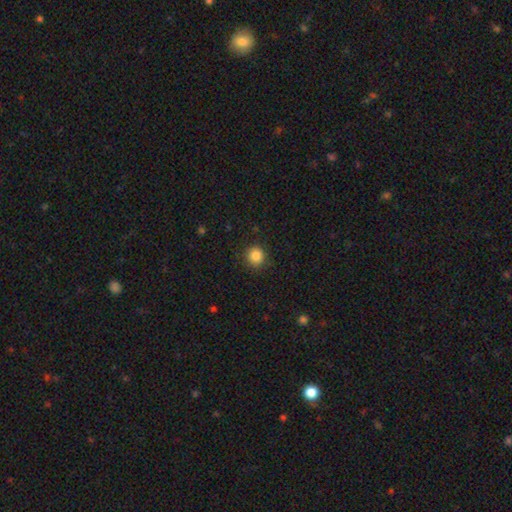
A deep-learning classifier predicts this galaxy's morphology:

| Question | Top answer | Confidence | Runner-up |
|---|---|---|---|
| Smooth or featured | smooth | 86% | star or artifact (10%) |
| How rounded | round | 92% | in between (7%) |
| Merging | none | 90% | minor disturbance (7%) |